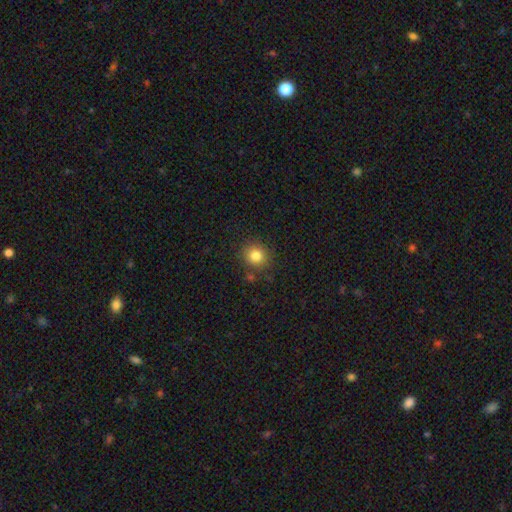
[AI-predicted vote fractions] smooth_or_featured: smooth (p=0.82) [alt: star or artifact p=0.12]
how_rounded: round (p=0.88) [alt: in between p=0.11]
merging: none (p=0.85) [alt: minor disturbance p=0.09]